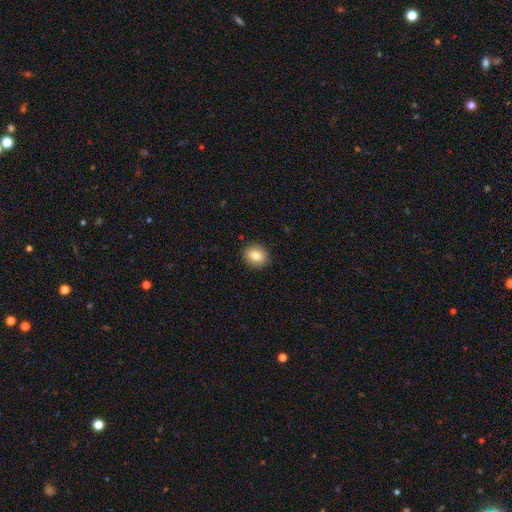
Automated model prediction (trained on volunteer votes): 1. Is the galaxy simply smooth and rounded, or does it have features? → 80% smooth, 11% featured or disk, 9% star or artifact.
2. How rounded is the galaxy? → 71% round, 28% in between, 1% cigar-shaped.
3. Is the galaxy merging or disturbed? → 90% none, 7% minor disturbance, 2% major disturbance, 1% merger.